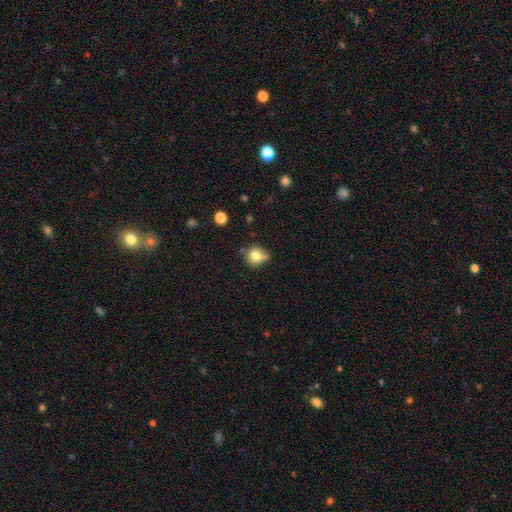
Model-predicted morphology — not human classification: Smooth or featured?
  - smooth: 76% *
  - featured or disk: 12%
  - star or artifact: 11%
How rounded?
  - round: 76% *
  - in between: 23%
  - cigar-shaped: 1%
Merging?
  - none: 54% *
  - minor disturbance: 29%
  - merger: 10%
  - major disturbance: 8%